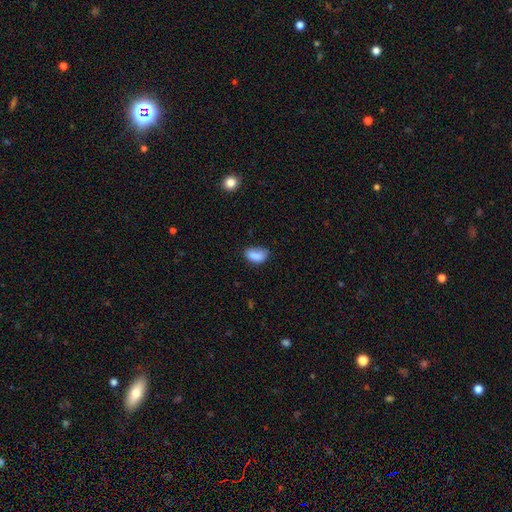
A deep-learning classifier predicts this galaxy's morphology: A smooth galaxy with no disk features (84%) that is in between round and cigar-shaped (89%).

Vote fractions:
- Smooth or featured? smooth: 84% / star or artifact: 9% / featured or disk: 7%
- How rounded? in between: 89% / round: 8% / cigar-shaped: 3%
- Merging? none: 56% / minor disturbance: 31% / major disturbance: 8% / merger: 4%